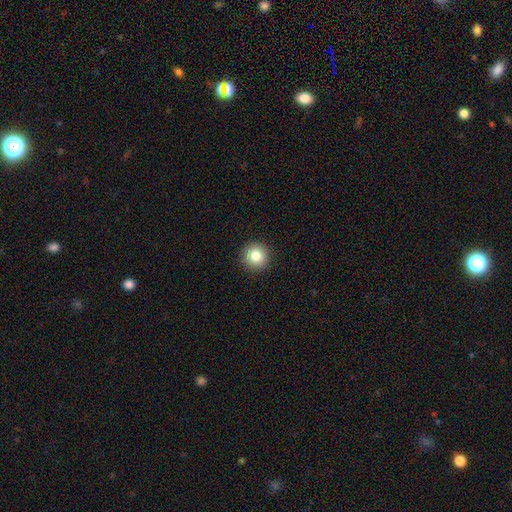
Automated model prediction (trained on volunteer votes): Smooth or featured?
  - smooth: 82% *
  - star or artifact: 10%
  - featured or disk: 7%
How rounded?
  - round: 95% *
  - in between: 4%
  - cigar-shaped: 1%
Merging?
  - none: 93% *
  - minor disturbance: 5%
  - major disturbance: 2%
  - merger: 1%